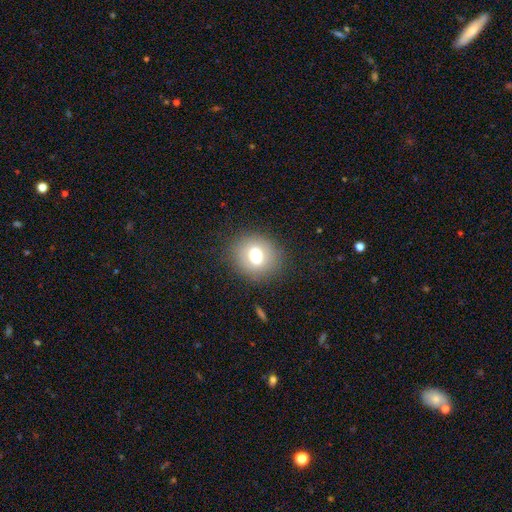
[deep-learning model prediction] Smooth or featured?
  - smooth: 70% *
  - featured or disk: 19%
  - star or artifact: 12%
How rounded?
  - round: 75% *
  - in between: 24%
  - cigar-shaped: 1%
Merging?
  - none: 84% *
  - minor disturbance: 10%
  - major disturbance: 5%
  - merger: 1%